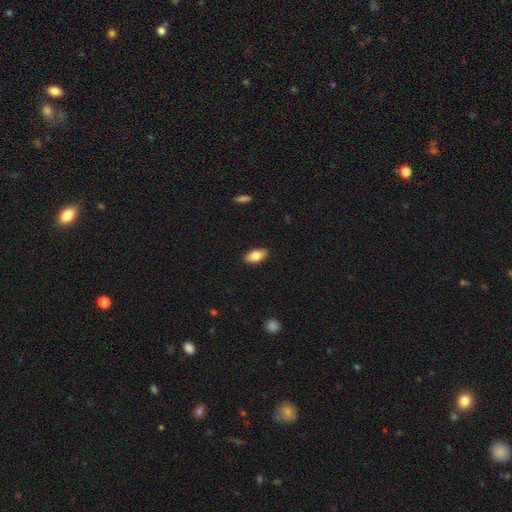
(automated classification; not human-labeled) Smooth or featured? smooth (81%)
How rounded? in between (91%)
Merging? none (89%)